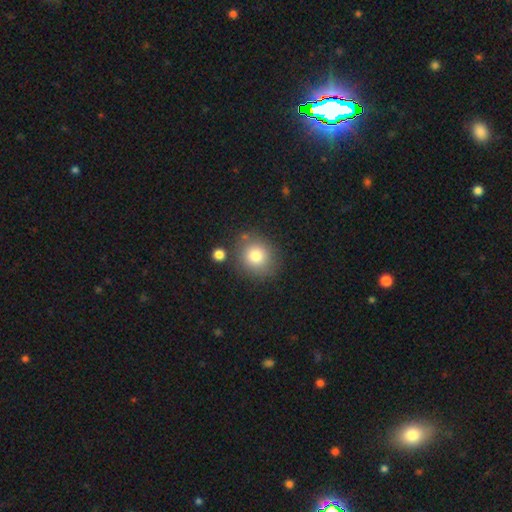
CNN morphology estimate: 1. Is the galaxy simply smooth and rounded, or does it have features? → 80% smooth, 10% star or artifact, 10% featured or disk.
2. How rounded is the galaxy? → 79% round, 20% in between, 1% cigar-shaped.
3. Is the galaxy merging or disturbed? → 79% none, 11% minor disturbance, 7% merger, 4% major disturbance.